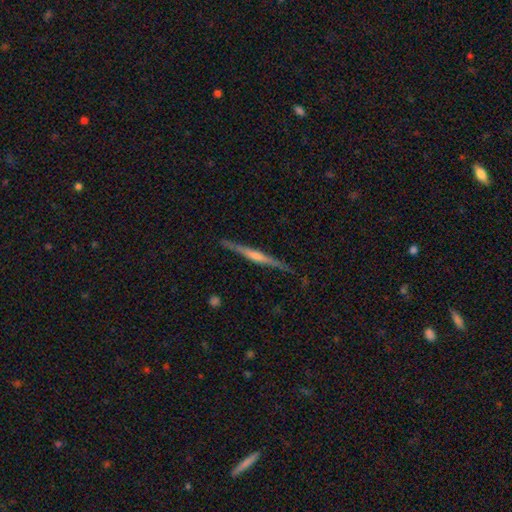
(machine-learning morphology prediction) A featured or disk galaxy (82%) viewed edge-on (98%) with a rounded central bulge (77%). Merging: none (91%).